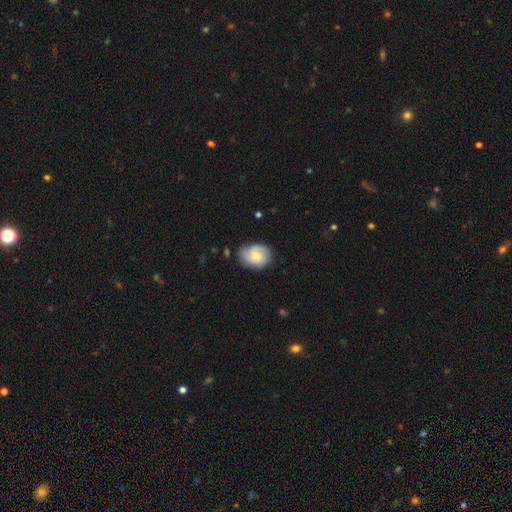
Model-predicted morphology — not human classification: Smooth or featured? Predicted: smooth (p=0.58). How rounded? Predicted: in between (p=0.57). Merging? Predicted: none (p=0.66).